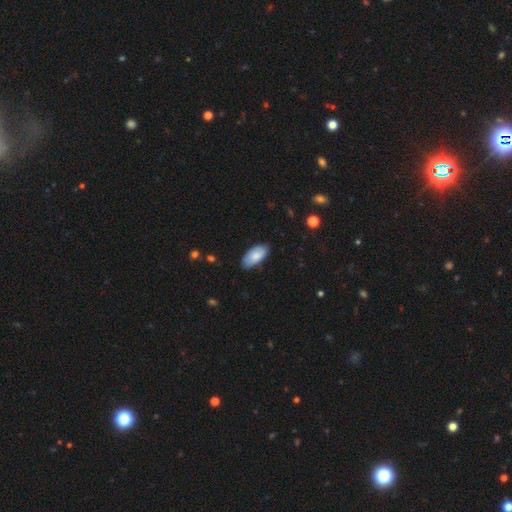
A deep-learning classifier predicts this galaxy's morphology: Overall: smooth (81%). How rounded: in between (94%). Merging: none (81%).